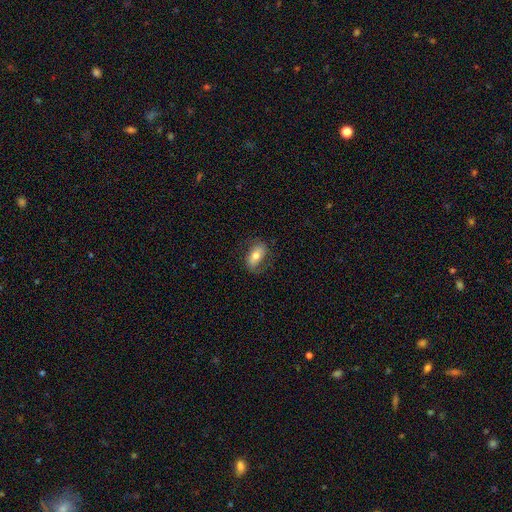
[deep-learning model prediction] Overall: smooth (58%; featured or disk 35%). How rounded: in between (88%). Merging: none (71%).